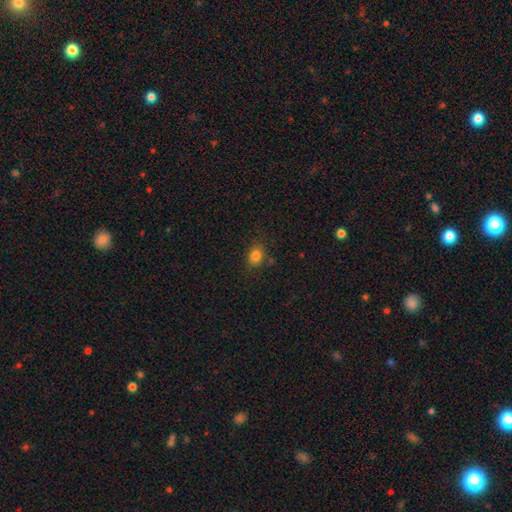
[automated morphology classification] This appears to be a smooth galaxy with no disk features (82%) that is in between round and cigar-shaped (55%). Merging: none (79%).